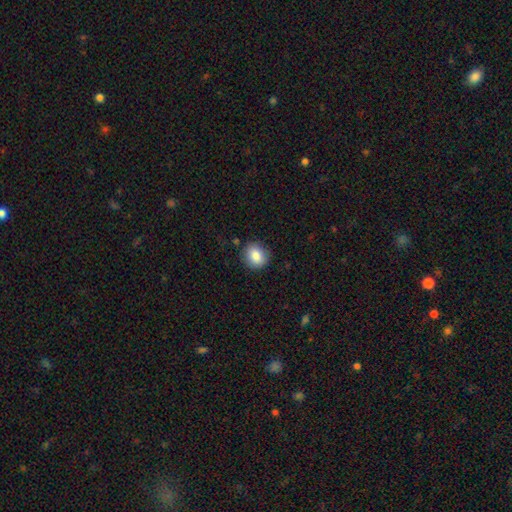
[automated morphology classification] This is clearly a smooth galaxy (86%). How rounded: likely round (72%). Merging: clearly none (85%).